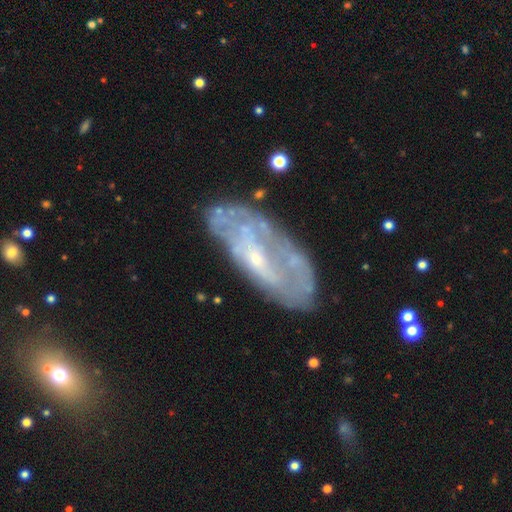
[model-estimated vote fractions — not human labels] Smooth or featured: featured or disk — 68% (smooth — 24%)
Edge-on disk: no — 87% (yes — 13%)
Bar: no — 61% (weak — 29%)
Spiral arms: no — 57% (yes — 43%)
Bulge size: small — 69% (moderate — 18%)
Merging: none — 62% (minor disturbance — 22%)